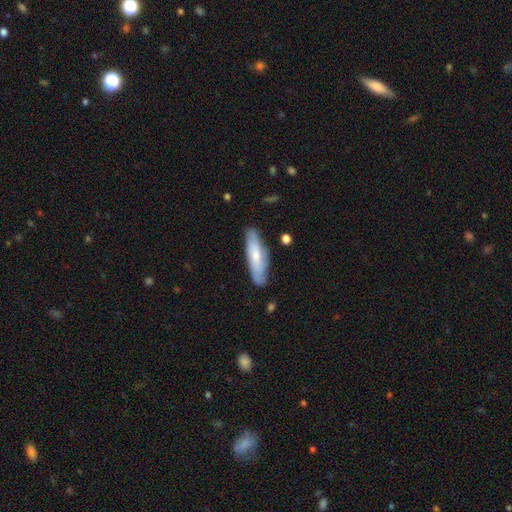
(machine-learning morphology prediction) Overall: smooth (55%; featured or disk 39%). How rounded: cigar-shaped (58%; in between 41%). Merging: none (77%).